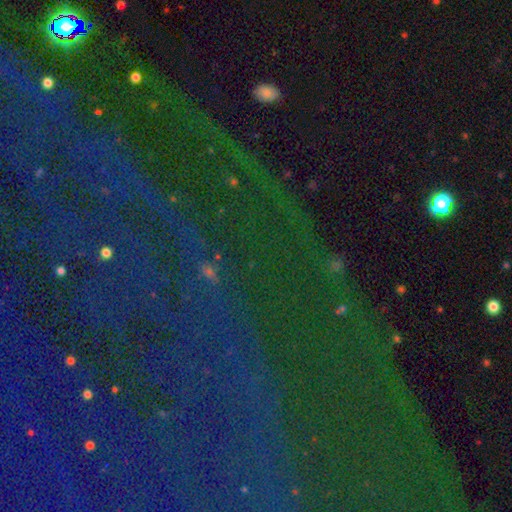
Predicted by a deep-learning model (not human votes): smooth_or_featured: star or artifact (p=0.83) [alt: featured or disk p=0.09]